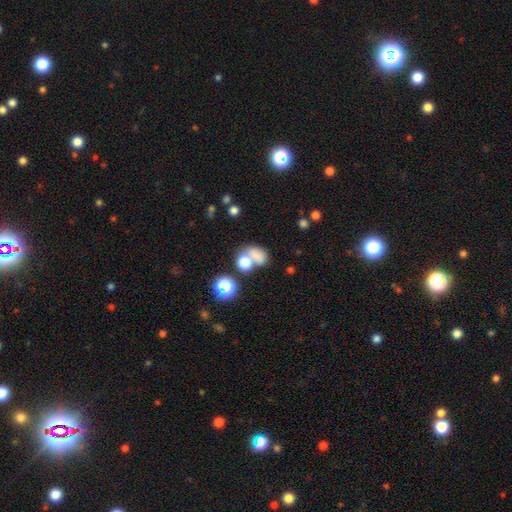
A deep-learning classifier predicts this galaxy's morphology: Overall: smooth (68%). How rounded: in between (56%; round 43%). Merging: merger (43%; none 33%).